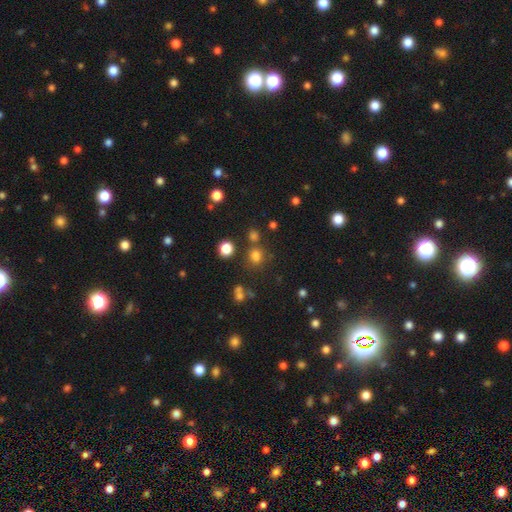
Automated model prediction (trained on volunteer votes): The model was most divided on "smooth or featured": smooth: 74%, star or artifact: 19%, featured or disk: 6%. More confident: how rounded — round (83%); merging — none (73%).